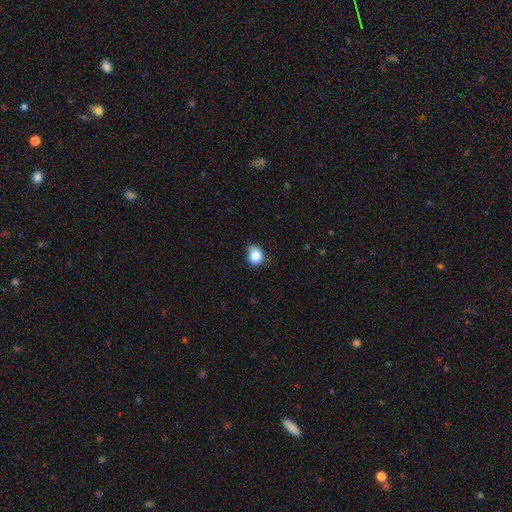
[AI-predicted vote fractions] Morphology: type=smooth (86%); roundness=round (51%); merging=none (63%).